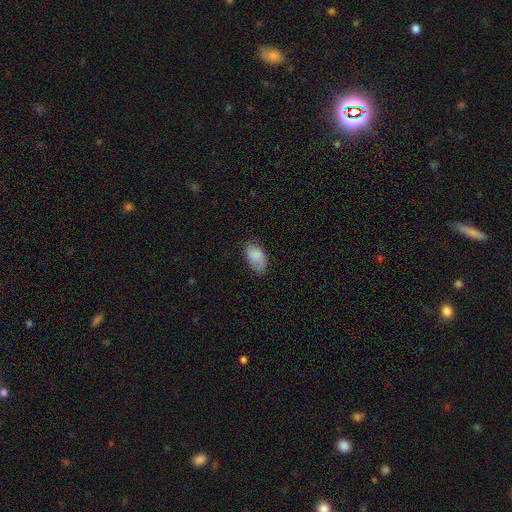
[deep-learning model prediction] This is clearly a smooth galaxy (84%). How rounded: clearly in between (94%). Merging: likely none (68%).